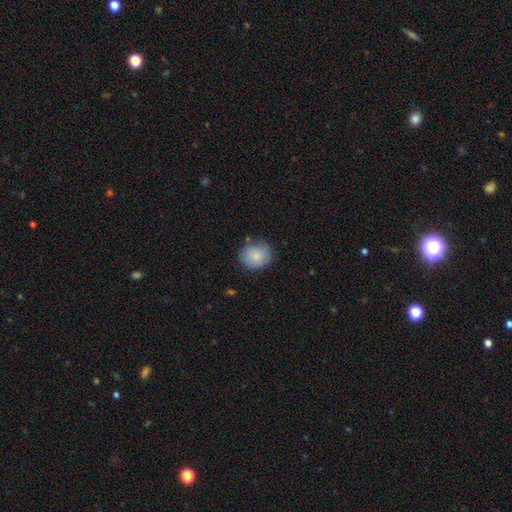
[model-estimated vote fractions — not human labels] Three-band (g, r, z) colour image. It shows a smooth galaxy with no disk features (83%) that is round (72%). Merging: none (76%).